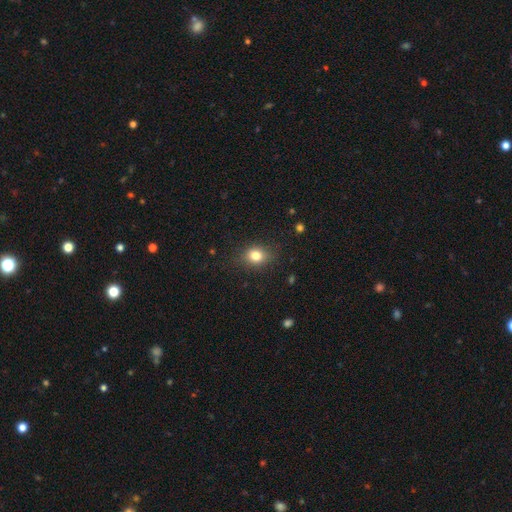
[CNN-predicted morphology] This appears to be a smooth galaxy with no disk features (80%) that is in between round and cigar-shaped (49%, tied with round). Merging: none (82%).